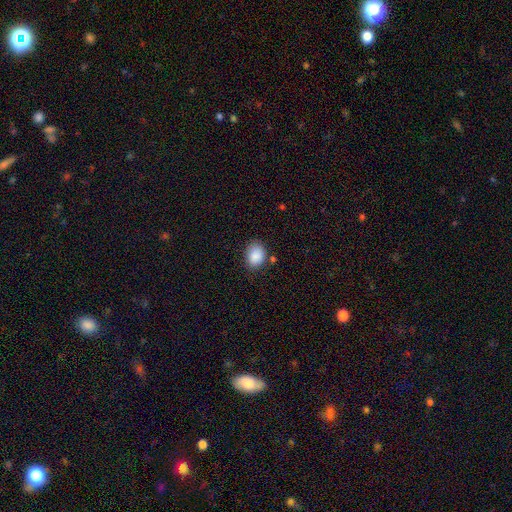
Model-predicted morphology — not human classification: Smooth or featured: smooth — 88% (star or artifact — 8%)
How rounded: in between — 71% (round — 28%)
Merging: none — 74% (minor disturbance — 18%)